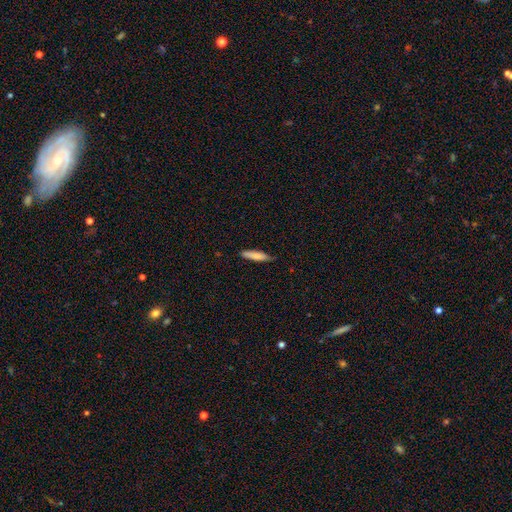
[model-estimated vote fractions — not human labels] Q: Smooth or featured?
A: smooth (78%); runner-up: featured or disk (16%)
Q: How rounded?
A: cigar-shaped (82%); runner-up: in between (16%)
Q: Merging?
A: none (79%); runner-up: minor disturbance (18%)